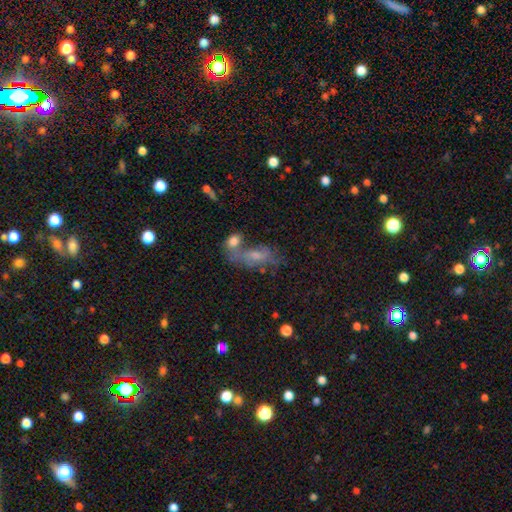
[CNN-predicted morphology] This is possibly a smooth galaxy (50%). How rounded: likely in between (78%). Merging: marginally none (35%).